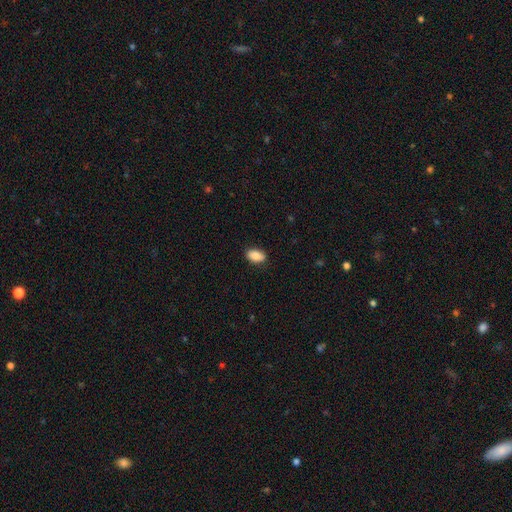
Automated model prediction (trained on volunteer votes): Overall: smooth (87%). How rounded: in between (91%). Merging: none (87%).